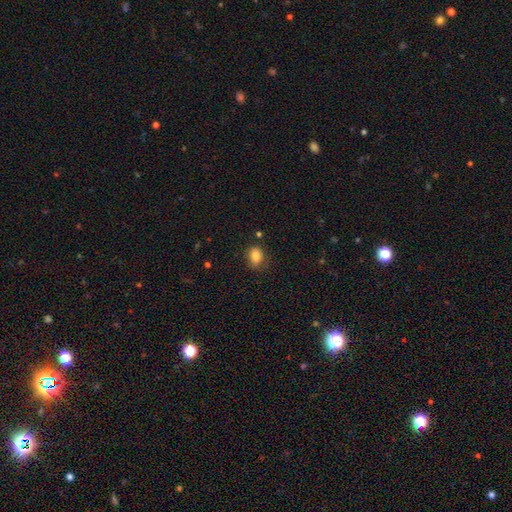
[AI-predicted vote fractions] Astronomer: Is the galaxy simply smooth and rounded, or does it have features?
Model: smooth — 85%.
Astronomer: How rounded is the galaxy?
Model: in between — 70%.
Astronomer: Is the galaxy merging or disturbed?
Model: none — 70%.